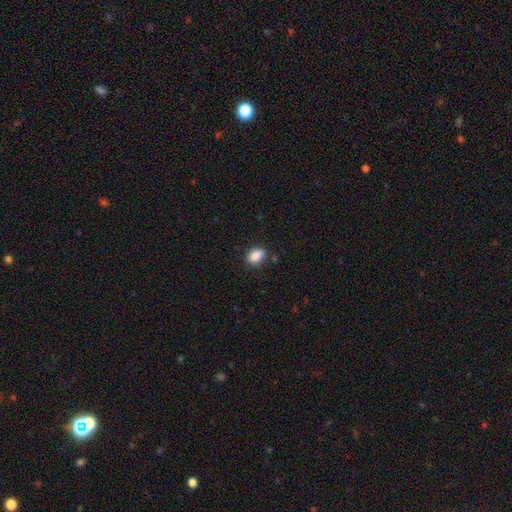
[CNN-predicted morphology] Smooth or featured? smooth (88%)
How rounded? in between (80%)
Merging? none (82%)